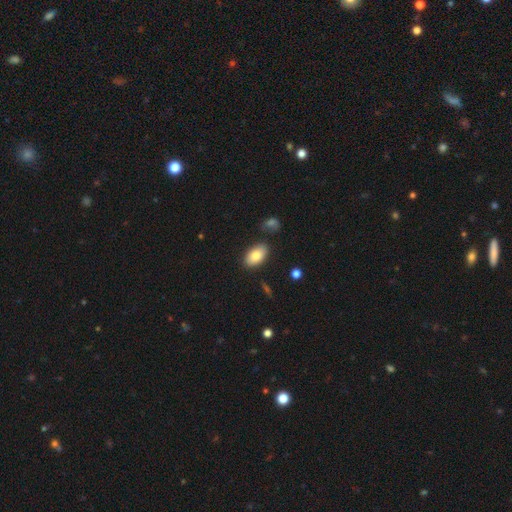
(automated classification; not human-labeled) Smooth or featured?
  - smooth: 82% *
  - featured or disk: 11%
  - star or artifact: 7%
How rounded?
  - in between: 93% *
  - round: 6%
  - cigar-shaped: 2%
Merging?
  - none: 82% *
  - minor disturbance: 11%
  - merger: 4%
  - major disturbance: 3%